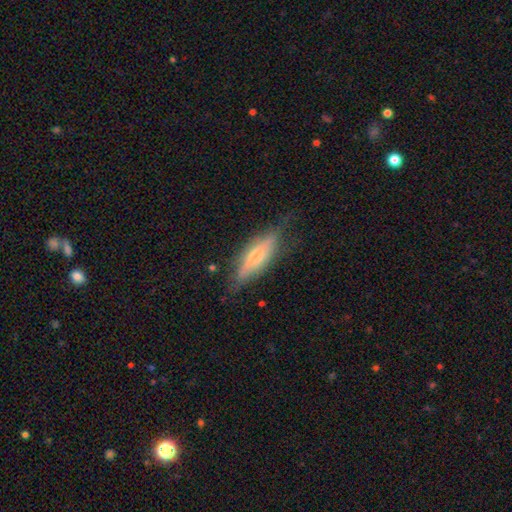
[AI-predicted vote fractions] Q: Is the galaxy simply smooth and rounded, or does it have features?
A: featured or disk — 49%.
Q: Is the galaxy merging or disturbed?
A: none — 72%.